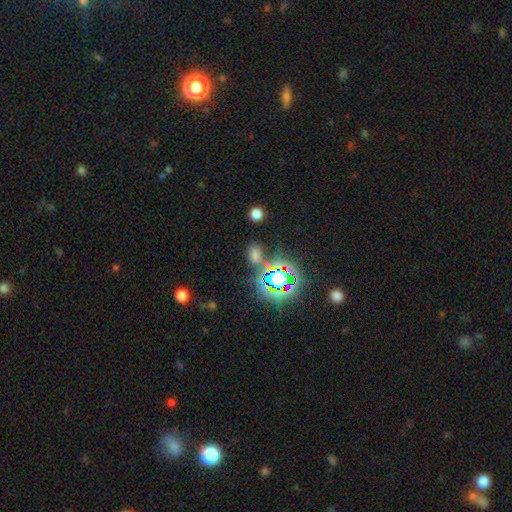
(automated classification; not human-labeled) Smooth or featured: smooth — 53% (star or artifact — 40%)
How rounded: in between — 68% (round — 29%)
Merging: none — 72% (merger — 11%)